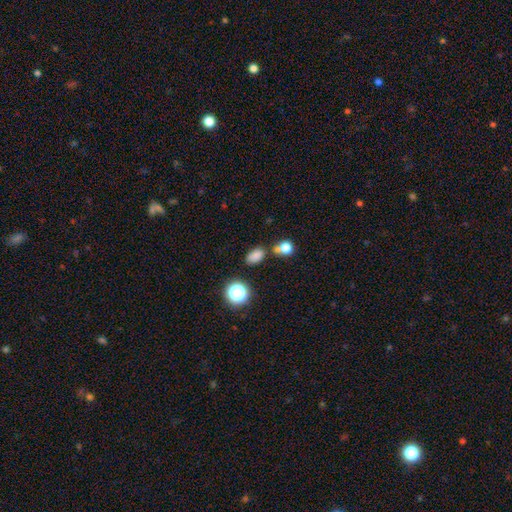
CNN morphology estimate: type=smooth (77%); roundness=in between (81%); merging=none (68%).